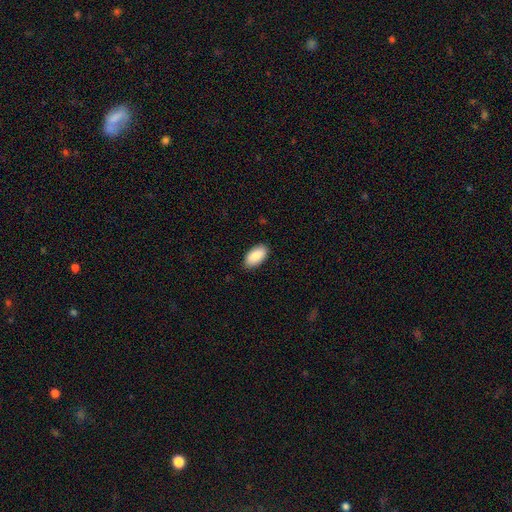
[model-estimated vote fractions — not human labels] smooth-or-featured: smooth: 89% | star or artifact: 6% | featured or disk: 5%
  how-rounded: in between: 95% | round: 3% | cigar-shaped: 2%
  merging: none: 88% | minor disturbance: 9% | major disturbance: 2% | merger: 1%